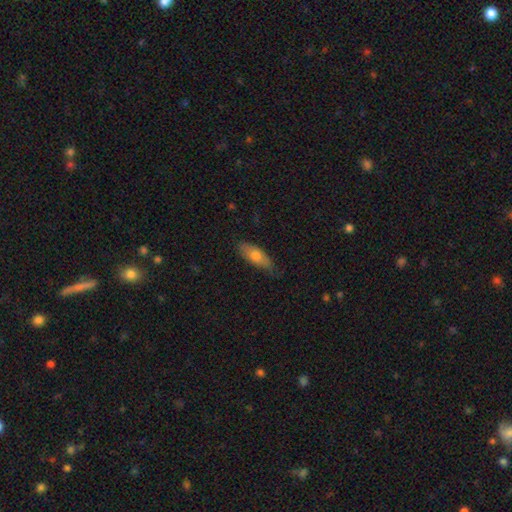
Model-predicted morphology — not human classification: Smooth or featured?
  - smooth: 68% *
  - featured or disk: 26%
  - star or artifact: 6%
How rounded?
  - in between: 71% *
  - cigar-shaped: 27%
  - round: 3%
Merging?
  - none: 72% *
  - minor disturbance: 23%
  - major disturbance: 4%
  - merger: 1%